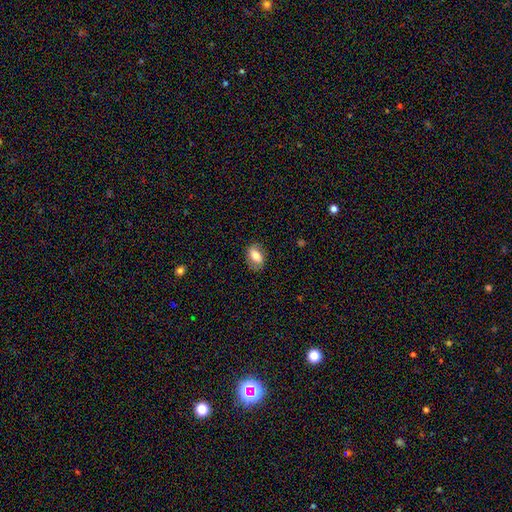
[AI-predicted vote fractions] smooth-or-featured: smooth: 67% | featured or disk: 26% | star or artifact: 8%
  how-rounded: in between: 86% | round: 10% | cigar-shaped: 4%
  merging: none: 80% | minor disturbance: 15% | major disturbance: 4% | merger: 1%